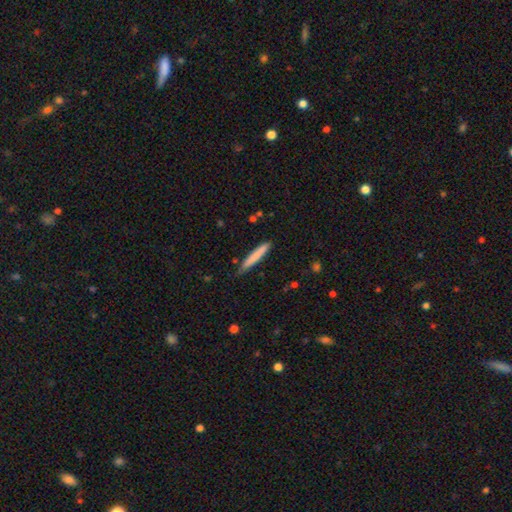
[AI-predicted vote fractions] Overall: smooth (77%). How rounded: cigar-shaped (95%). Merging: none (83%).